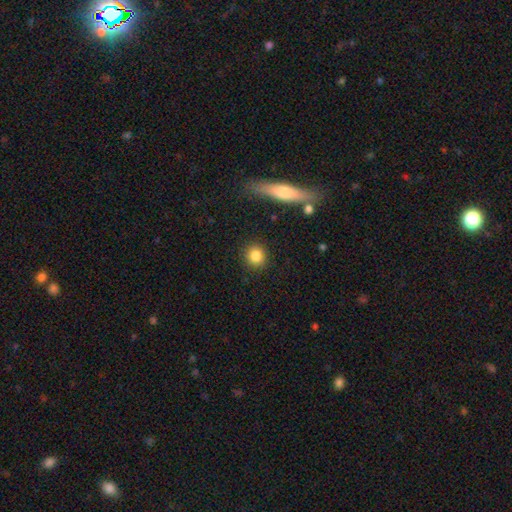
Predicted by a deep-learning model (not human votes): A smooth galaxy with no disk features (84%) that is round (89%).

Vote fractions:
- Smooth or featured? smooth: 84% / star or artifact: 9% / featured or disk: 7%
- How rounded? round: 89% / in between: 10% / cigar-shaped: 2%
- Merging? none: 89% / minor disturbance: 6% / major disturbance: 2% / merger: 2%